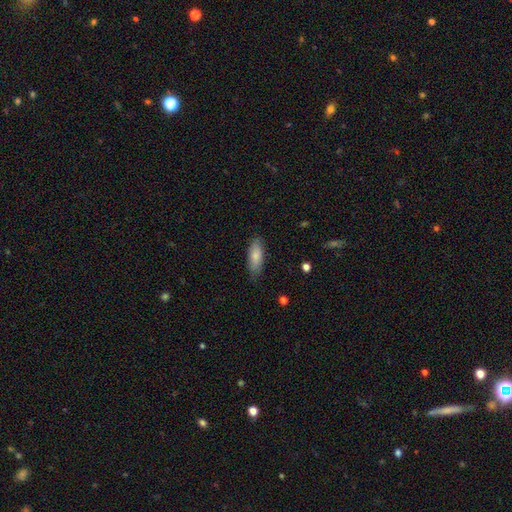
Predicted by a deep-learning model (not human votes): This is clearly a smooth galaxy (81%). How rounded: likely in between (65%). Merging: clearly none (81%).